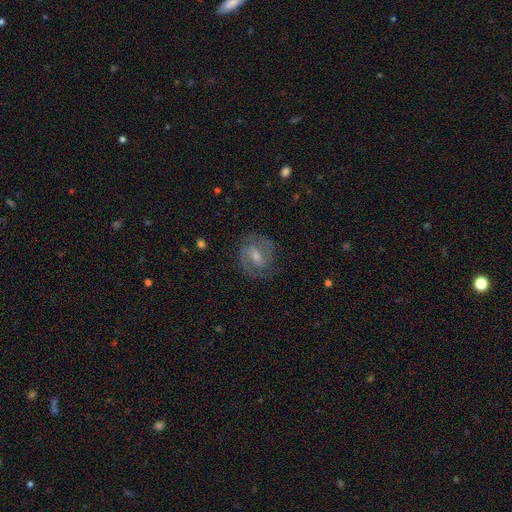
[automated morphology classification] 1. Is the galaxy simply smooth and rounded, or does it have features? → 79% featured or disk, 13% smooth, 8% star or artifact.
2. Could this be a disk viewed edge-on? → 97% no, 3% yes.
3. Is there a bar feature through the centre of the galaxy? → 53% weak, 28% strong, 19% no.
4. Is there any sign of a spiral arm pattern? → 94% yes, 6% no.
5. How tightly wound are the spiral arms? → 50% medium, 39% tight, 12% loose.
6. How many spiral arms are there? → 86% 2, 7% can't tell, 3% 3, 2% 1, 1% 4, 1% more than 4.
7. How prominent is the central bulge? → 50% moderate, 40% small, 5% large, 4% none, 1% dominant.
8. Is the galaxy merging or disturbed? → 82% none, 12% minor disturbance, 5% major disturbance, 1% merger.